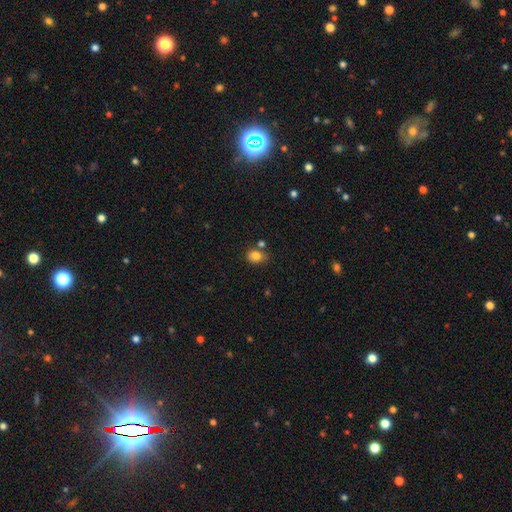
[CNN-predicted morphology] Smooth or featured?
  - smooth: 82% *
  - star or artifact: 11%
  - featured or disk: 7%
How rounded?
  - in between: 57% *
  - round: 42%
  - cigar-shaped: 1%
Merging?
  - none: 65% *
  - minor disturbance: 17%
  - merger: 13%
  - major disturbance: 4%